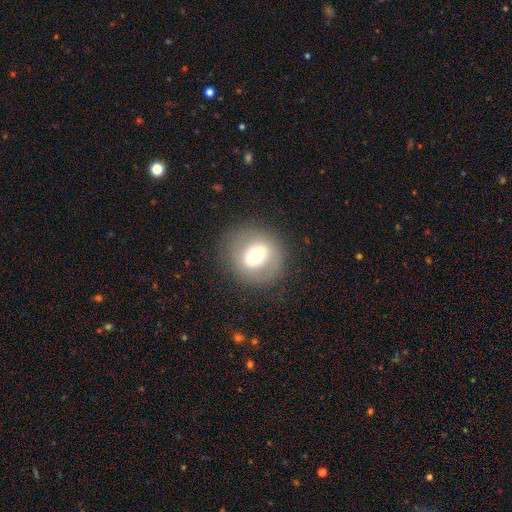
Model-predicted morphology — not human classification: A smooth galaxy with no disk features (59%) that is round (86%). Merging: none (84%).